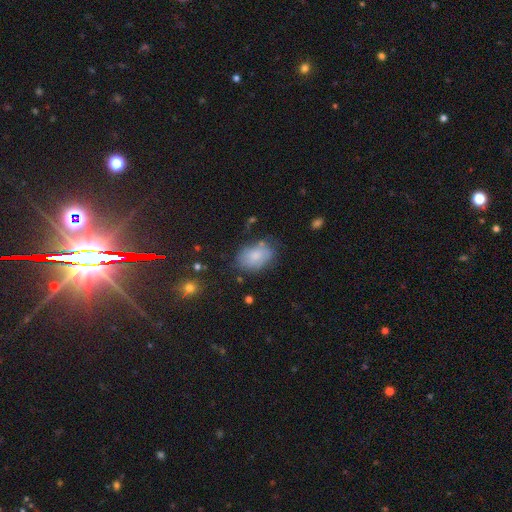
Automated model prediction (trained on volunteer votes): Overall: smooth (69%). How rounded: in between (84%). Merging: none (60%; minor disturbance 26%).